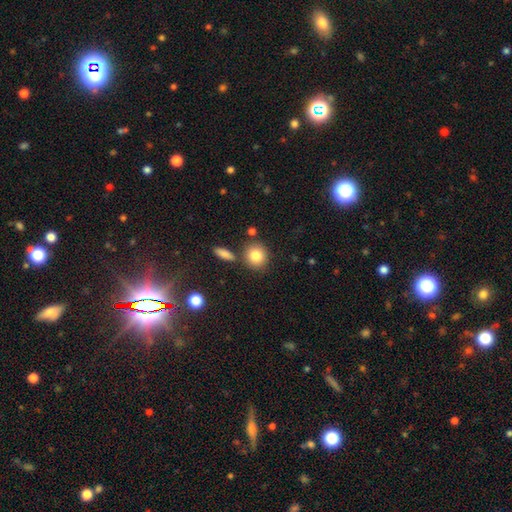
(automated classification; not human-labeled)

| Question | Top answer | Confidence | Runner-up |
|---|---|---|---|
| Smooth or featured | smooth | 84% | star or artifact (9%) |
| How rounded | round | 82% | in between (16%) |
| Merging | none | 78% | minor disturbance (10%) |